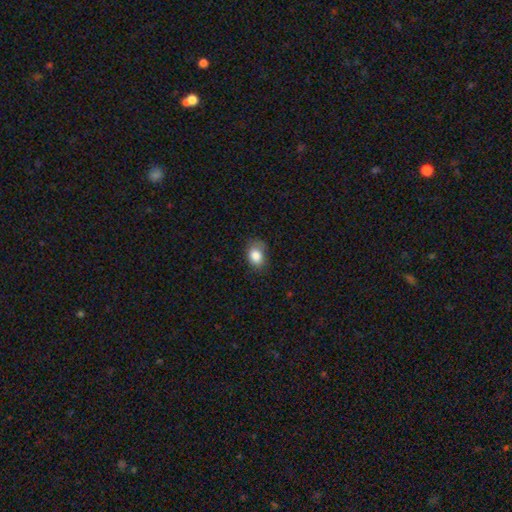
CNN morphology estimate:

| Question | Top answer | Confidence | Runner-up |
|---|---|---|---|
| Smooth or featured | smooth | 85% | star or artifact (9%) |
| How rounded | in between | 67% | round (32%) |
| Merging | none | 65% | minor disturbance (26%) |